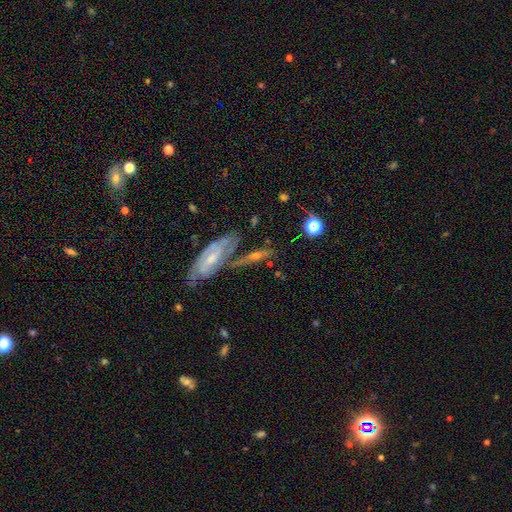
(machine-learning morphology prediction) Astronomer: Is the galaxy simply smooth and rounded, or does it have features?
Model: featured or disk — 62%.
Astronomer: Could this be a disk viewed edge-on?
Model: no — 52% (runner-up: yes, 48%).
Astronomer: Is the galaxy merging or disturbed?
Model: none — 54%.